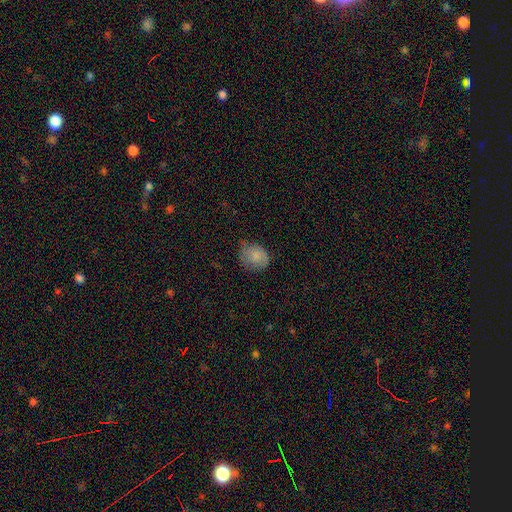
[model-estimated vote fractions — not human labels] smooth 78%, featured or disk 14%, star or artifact 8%. Down the decision tree: how rounded — round (65%); merging — none (51%).